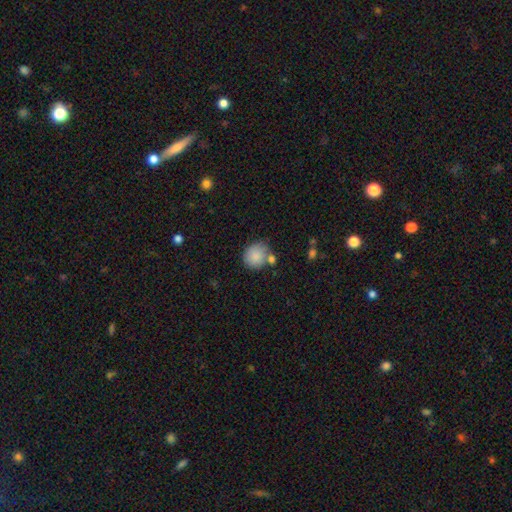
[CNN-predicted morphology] A smooth galaxy with no disk features (86%) that is round (84%).

Vote fractions:
- Smooth or featured? smooth: 86% / star or artifact: 8% / featured or disk: 7%
- How rounded? round: 84% / in between: 15% / cigar-shaped: 1%
- Merging? none: 62% / minor disturbance: 16% / merger: 16% / major disturbance: 5%